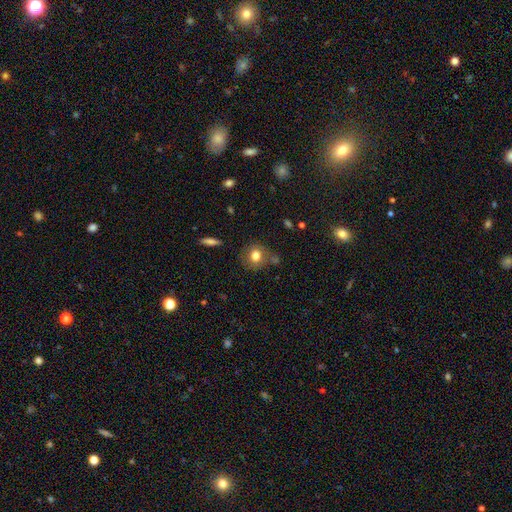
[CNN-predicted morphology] Overall: smooth (78%). How rounded: round (80%). Merging: none (72%).